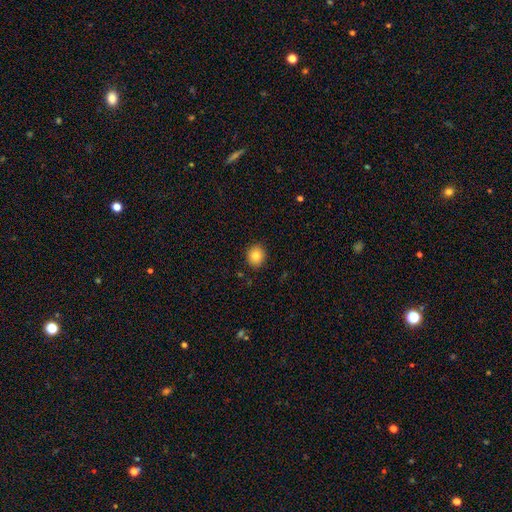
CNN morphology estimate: A smooth galaxy with no disk features (83%) that is round (77%). Merging: none (89%).